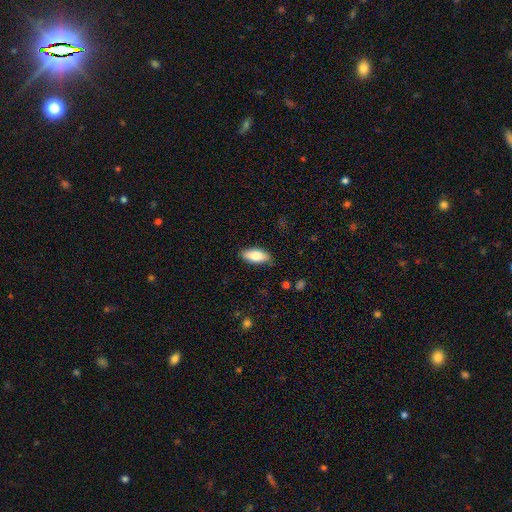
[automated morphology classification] smooth-or-featured: smooth: 79% | featured or disk: 14% | star or artifact: 6%
  how-rounded: in between: 84% | cigar-shaped: 14% | round: 2%
  merging: none: 86% | minor disturbance: 11% | major disturbance: 2% | merger: 1%